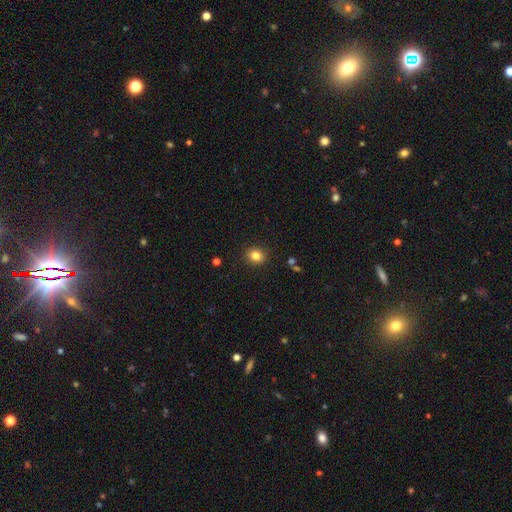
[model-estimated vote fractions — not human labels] Morphology: type=smooth (83%); roundness=round (76%); merging=none (90%).